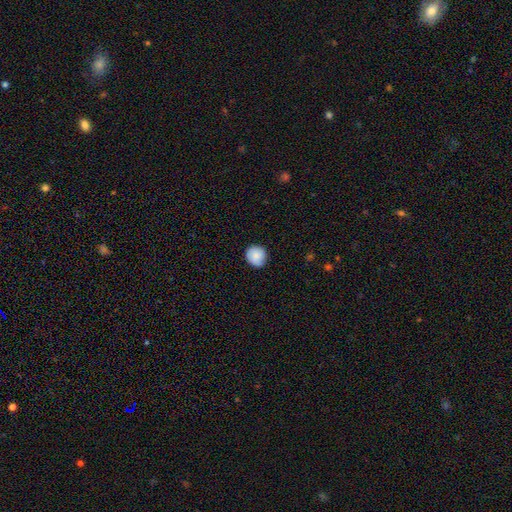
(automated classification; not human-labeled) Smooth or featured? Predicted: smooth (p=0.81). How rounded? Predicted: round (p=0.87). Merging? Predicted: none (p=0.81).